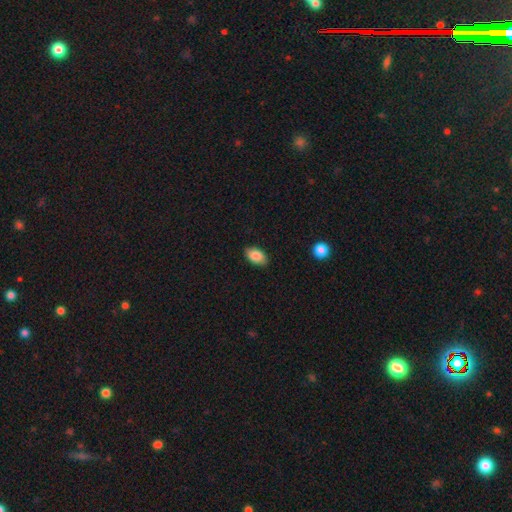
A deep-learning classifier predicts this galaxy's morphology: smooth_or_featured: smooth (p=0.85) [alt: featured or disk p=0.08]
how_rounded: in between (p=0.92) [alt: round p=0.07]
merging: none (p=0.86) [alt: minor disturbance p=0.11]